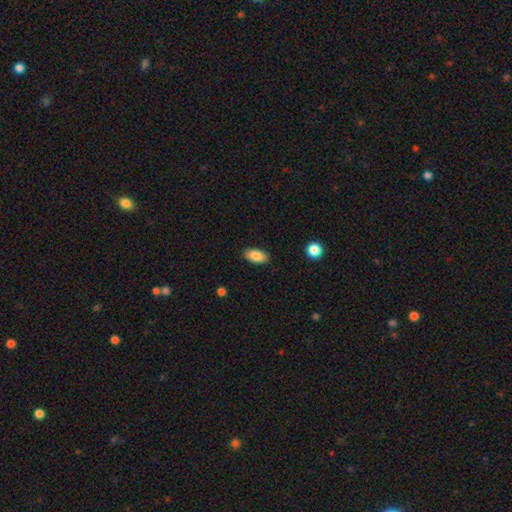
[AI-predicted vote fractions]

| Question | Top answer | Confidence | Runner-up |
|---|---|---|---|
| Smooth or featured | smooth | 86% | star or artifact (7%) |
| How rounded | in between | 93% | round (4%) |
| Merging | none | 88% | minor disturbance (9%) |